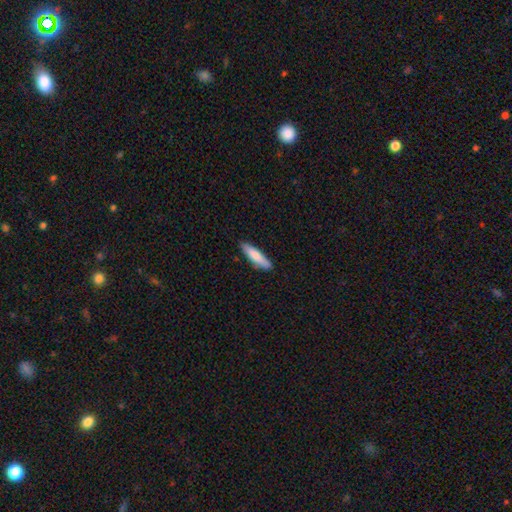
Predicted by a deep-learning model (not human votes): This is likely a smooth galaxy (76%). How rounded: likely cigar-shaped (74%). Merging: clearly none (86%).